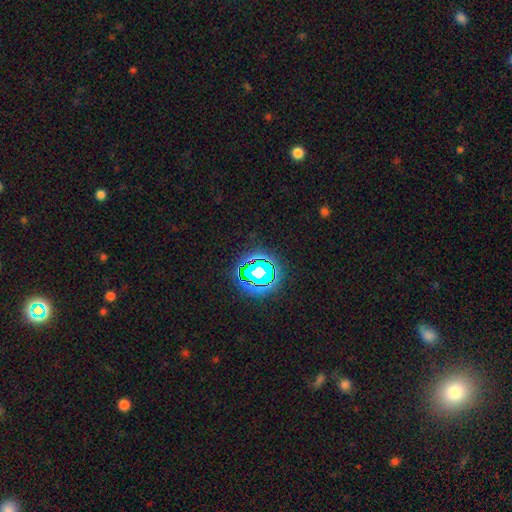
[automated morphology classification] Smooth or featured: star or artifact — 77% (smooth — 14%)